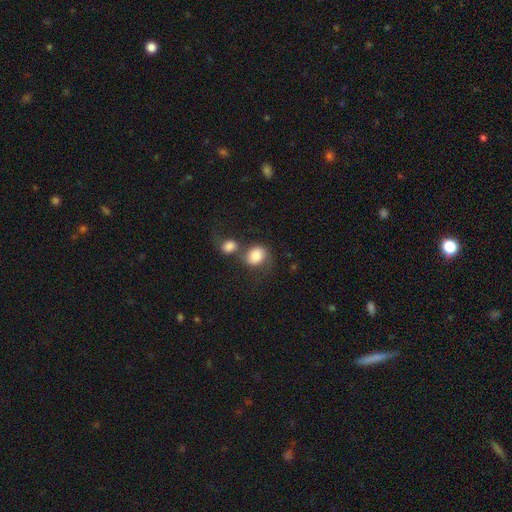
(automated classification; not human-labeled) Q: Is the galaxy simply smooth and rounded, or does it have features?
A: smooth — 82%.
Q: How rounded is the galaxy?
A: round — 61%.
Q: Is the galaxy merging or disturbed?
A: merger — 48%.